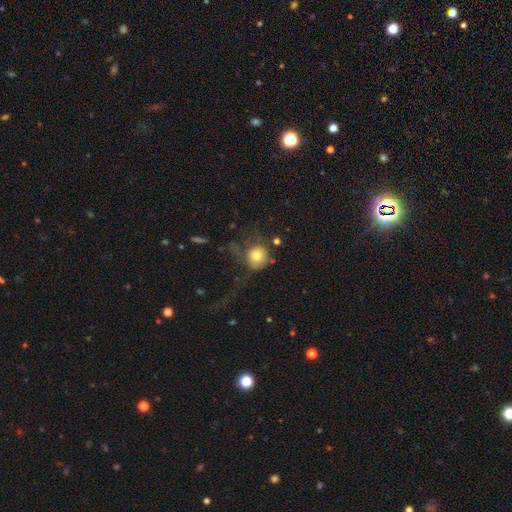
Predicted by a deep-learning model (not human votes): smooth_or_featured: smooth (p=0.76) [alt: featured or disk p=0.13]
how_rounded: round (p=0.88) [alt: in between p=0.11]
merging: none (p=0.44) [alt: major disturbance p=0.33]